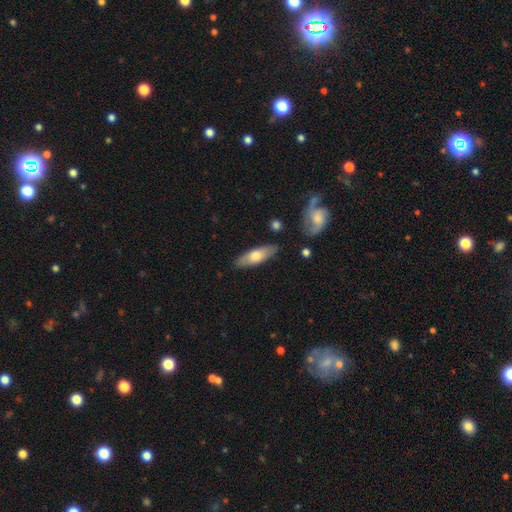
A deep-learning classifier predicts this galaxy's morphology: Smooth or featured? smooth (60%)
How rounded? in between (53%)
Merging? none (85%)